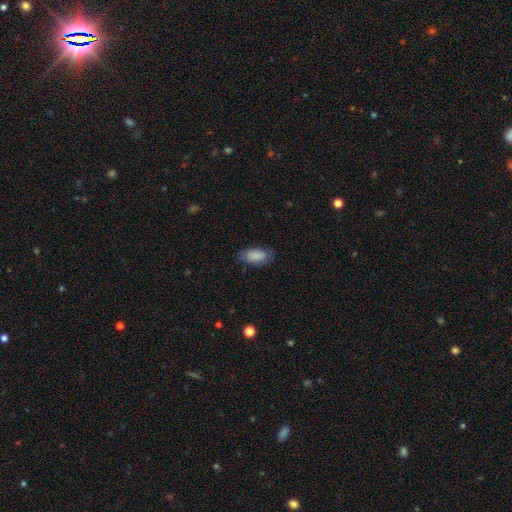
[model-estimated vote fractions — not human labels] Smooth or featured: smooth — 82% (featured or disk — 11%)
How rounded: in between — 93% (cigar-shaped — 4%)
Merging: none — 76% (minor disturbance — 18%)